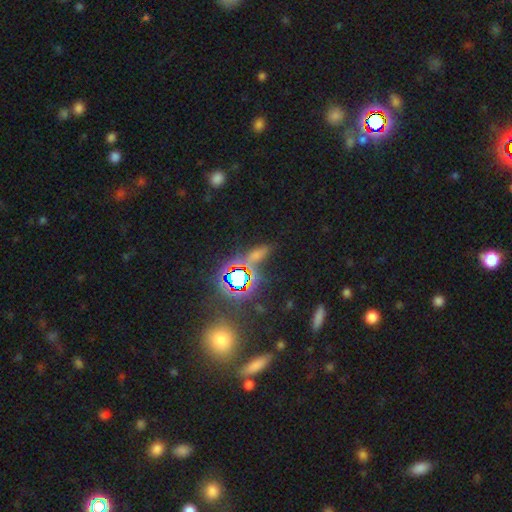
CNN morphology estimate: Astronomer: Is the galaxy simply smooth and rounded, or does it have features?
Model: star or artifact — 52% (runner-up: smooth, 34%).